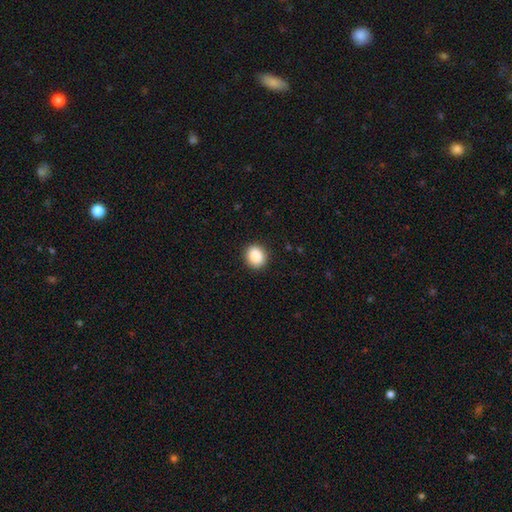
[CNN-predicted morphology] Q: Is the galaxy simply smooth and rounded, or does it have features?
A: smooth — 89%.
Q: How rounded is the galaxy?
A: round — 66%.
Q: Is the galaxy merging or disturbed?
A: none — 90%.